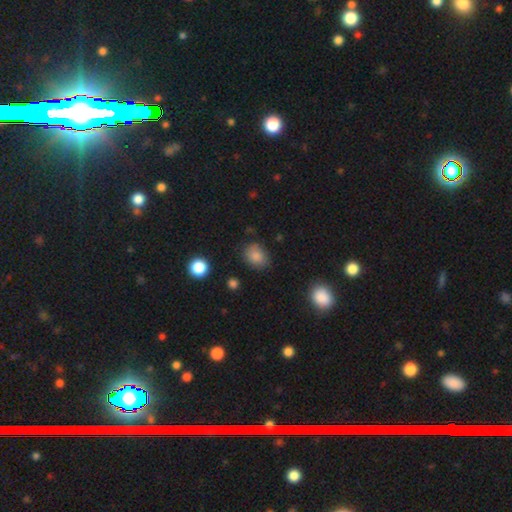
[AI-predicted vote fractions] This is clearly a smooth galaxy (84%). How rounded: possibly in between (56%). Merging: likely none (74%).